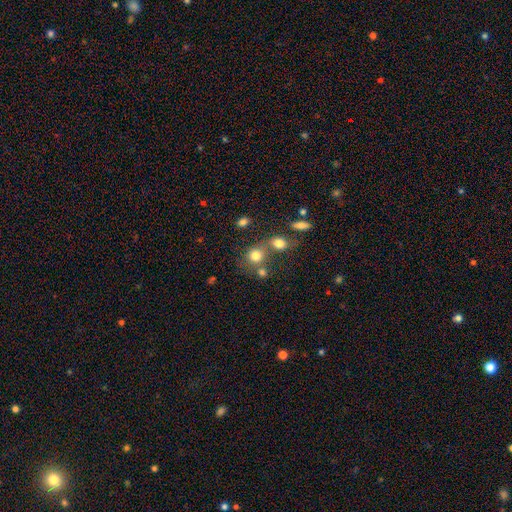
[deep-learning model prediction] smooth 78%, star or artifact 13%, featured or disk 10%. Down the decision tree: how rounded — round (78%); merging — none (49%).